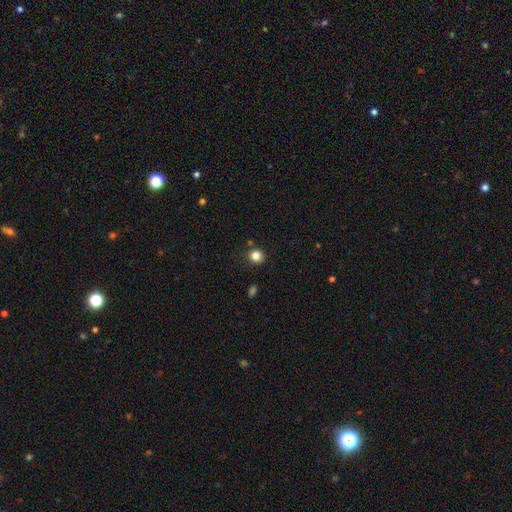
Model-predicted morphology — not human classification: Q: Smooth or featured?
A: smooth (84%); runner-up: star or artifact (12%)
Q: How rounded?
A: round (89%); runner-up: in between (11%)
Q: Merging?
A: none (86%); runner-up: minor disturbance (8%)